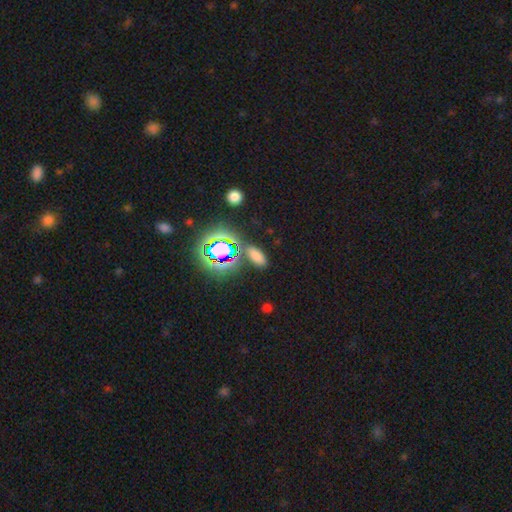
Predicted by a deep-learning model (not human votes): Smooth or featured?
  - smooth: 67% *
  - star or artifact: 26%
  - featured or disk: 7%
How rounded?
  - in between: 84% *
  - cigar-shaped: 10%
  - round: 7%
Merging?
  - none: 82% *
  - minor disturbance: 10%
  - merger: 5%
  - major disturbance: 4%